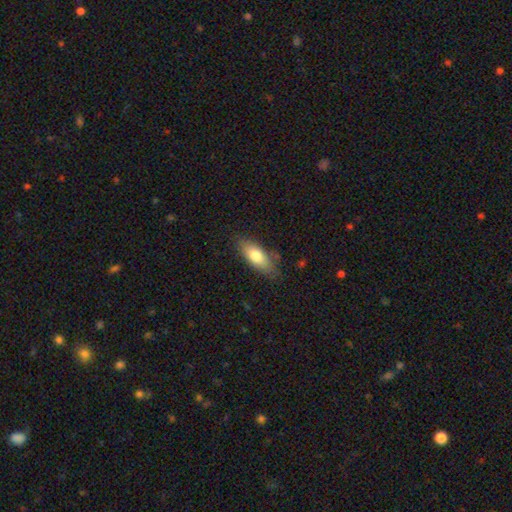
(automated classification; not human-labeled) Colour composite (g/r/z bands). It shows a smooth galaxy with no disk features (75%) that is in between round and cigar-shaped (78%). Merging: none (78%).